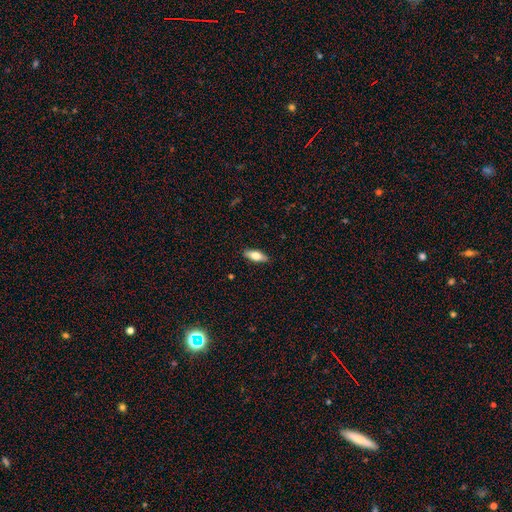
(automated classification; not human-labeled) smooth_or_featured: smooth (p=0.65) [alt: featured or disk p=0.29]
how_rounded: in between (p=0.69) [alt: cigar-shaped p=0.29]
merging: none (p=0.88) [alt: minor disturbance p=0.09]